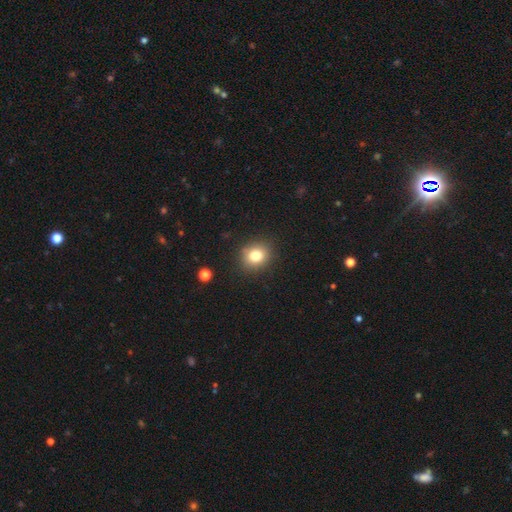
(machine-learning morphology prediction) Q: Smooth or featured?
A: smooth (79%); runner-up: star or artifact (12%)
Q: How rounded?
A: round (71%); runner-up: in between (28%)
Q: Merging?
A: none (88%); runner-up: minor disturbance (8%)